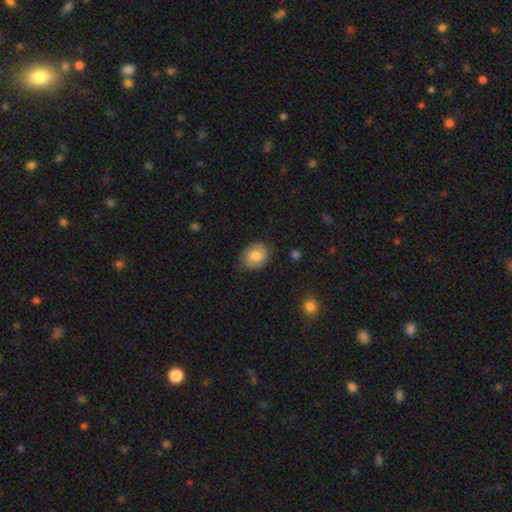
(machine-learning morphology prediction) Smooth or featured?
  - smooth: 75% *
  - featured or disk: 18%
  - star or artifact: 8%
How rounded?
  - round: 52% *
  - in between: 47%
  - cigar-shaped: 1%
Merging?
  - none: 77% *
  - minor disturbance: 18%
  - major disturbance: 4%
  - merger: 1%